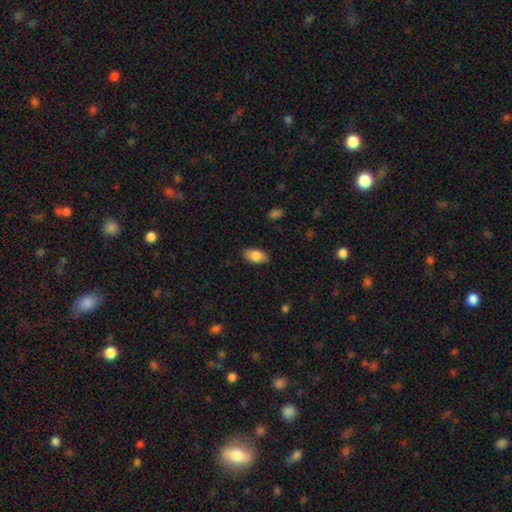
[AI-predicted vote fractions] smooth 83%, featured or disk 10%, star or artifact 7%. Down the decision tree: how rounded — in between (93%); merging — none (85%).